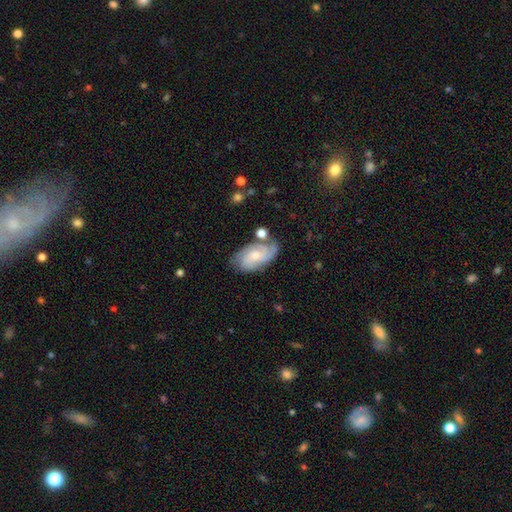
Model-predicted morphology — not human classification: The model was most divided on "spiral arm count": 2: 29%, can't tell: 28%, 3: 27%, 4: 7%, 1: 5%, more than 4: 3%. Remaining: edge-on disk — no (95%); spiral arms — yes (89%); bar — no (66%); smooth or featured — featured or disk (62%); merging — none (61%); bulge size — moderate (47%); spiral winding — tight (43%).